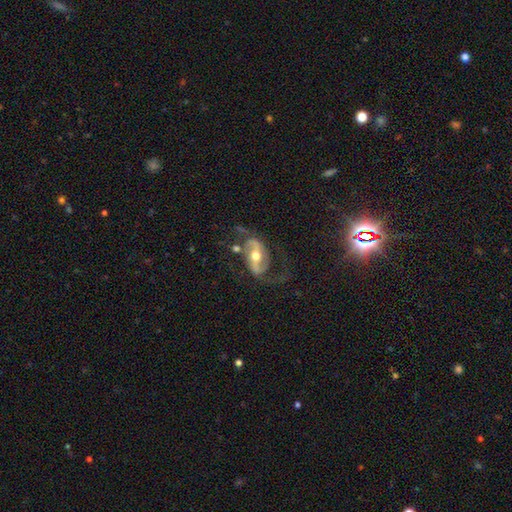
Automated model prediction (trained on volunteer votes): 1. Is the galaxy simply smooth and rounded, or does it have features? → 83% featured or disk, 11% smooth, 6% star or artifact.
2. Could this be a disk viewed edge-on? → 95% no, 5% yes.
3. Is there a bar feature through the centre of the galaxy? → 46% strong, 31% weak, 22% no.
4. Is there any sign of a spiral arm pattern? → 90% yes, 10% no.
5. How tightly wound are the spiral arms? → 54% loose, 35% medium, 10% tight.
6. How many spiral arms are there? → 89% 2, 4% 1, 4% can't tell, 1% 3, 1% 4, 1% more than 4.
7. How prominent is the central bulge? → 75% moderate, 15% small, 8% large, 1% dominant, 1% none.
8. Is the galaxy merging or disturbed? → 56% none, 21% major disturbance, 18% minor disturbance, 5% merger.